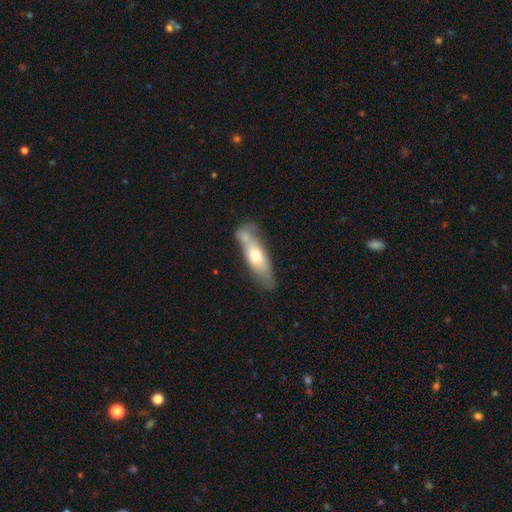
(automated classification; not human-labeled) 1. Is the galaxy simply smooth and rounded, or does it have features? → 57% smooth, 37% featured or disk, 6% star or artifact.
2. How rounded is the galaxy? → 51% in between, 47% cigar-shaped, 3% round.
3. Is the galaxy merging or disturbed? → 42% none, 34% merger, 18% minor disturbance, 6% major disturbance.